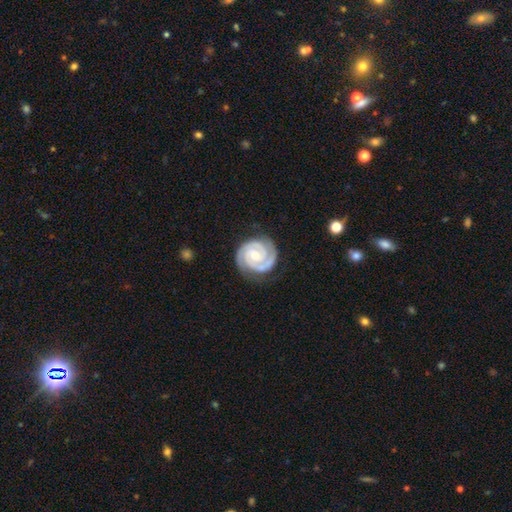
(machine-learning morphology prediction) Smooth or featured?
  - featured or disk: 92% *
  - smooth: 4%
  - star or artifact: 4%
Edge-on disk?
  - no: 98% *
  - yes: 2%
Bar?
  - no: 49% *
  - weak: 38%
  - strong: 13%
Spiral arms?
  - yes: 99% *
  - no: 1%
Spiral winding?
  - tight: 78% *
  - medium: 20%
  - loose: 2%
Spiral arm count?
  - 2: 86% *
  - 3: 7%
  - can't tell: 3%
  - 1: 2%
  - 4: 1%
  - more than 4: 1%
Bulge size?
  - small: 44% *
  - moderate: 39%
  - none: 12%
  - large: 4%
  - dominant: 1%
Merging?
  - none: 81% *
  - minor disturbance: 13%
  - major disturbance: 4%
  - merger: 1%